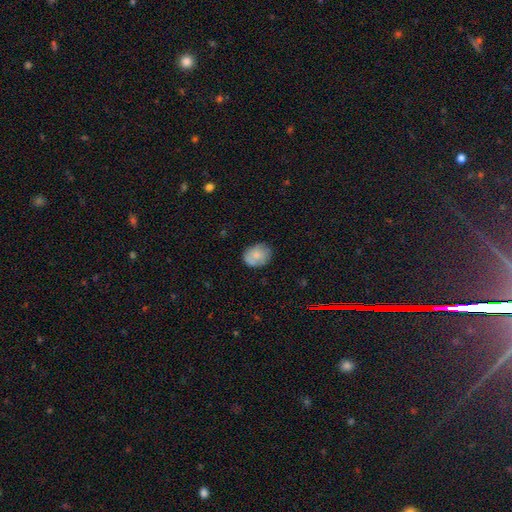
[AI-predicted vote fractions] Smooth or featured? smooth (76%)
How rounded? in between (51%)
Merging? none (71%)